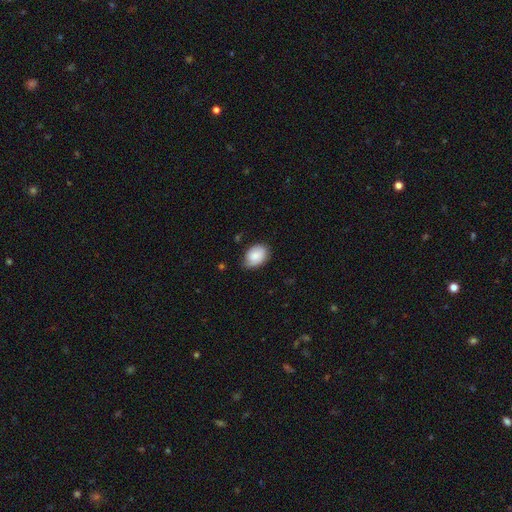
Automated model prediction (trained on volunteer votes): This appears to be a smooth galaxy with no disk features (82%) that is in between round and cigar-shaped (79%). Merging: none (68%).